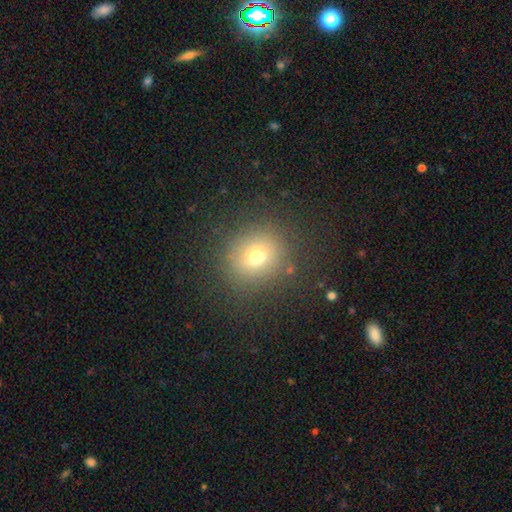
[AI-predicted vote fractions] Smooth or featured? Predicted: smooth (p=0.69). How rounded? Predicted: round (p=0.84). Merging? Predicted: none (p=0.85).